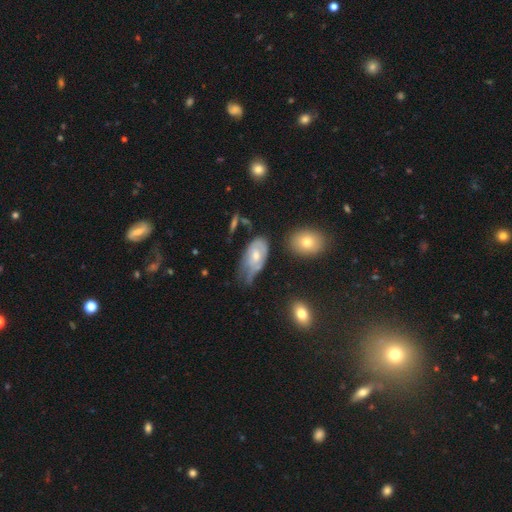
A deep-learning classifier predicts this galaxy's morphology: Smooth or featured?
  - featured or disk: 47% *
  - smooth: 45%
  - star or artifact: 8%
Merging?
  - minor disturbance: 41% *
  - none: 28%
  - major disturbance: 25%
  - merger: 6%